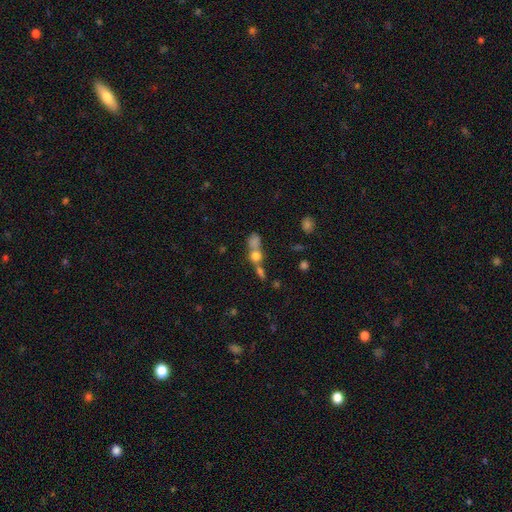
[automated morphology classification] smooth_or_featured: smooth (p=0.65) [alt: featured or disk p=0.20]
how_rounded: round (p=0.57) [alt: in between p=0.33]
merging: merger (p=0.61) [alt: none p=0.25]